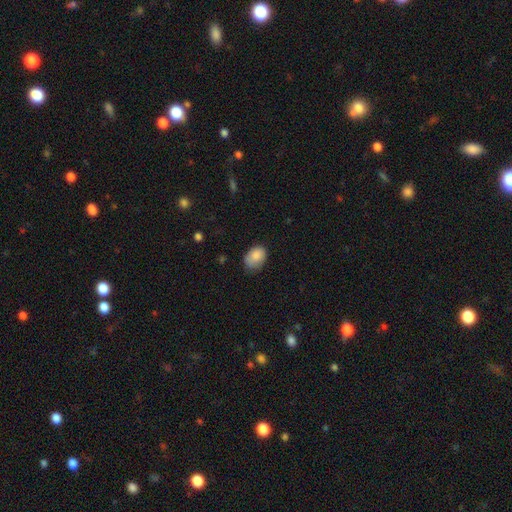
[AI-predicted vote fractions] This is clearly a smooth galaxy (85%). How rounded: likely in between (76%). Merging: possibly none (59%).